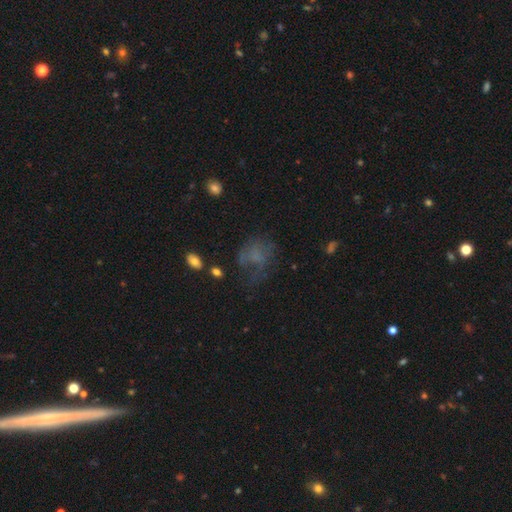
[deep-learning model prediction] Smooth or featured? Predicted: smooth (p=0.48). Merging? Predicted: none (p=0.38).